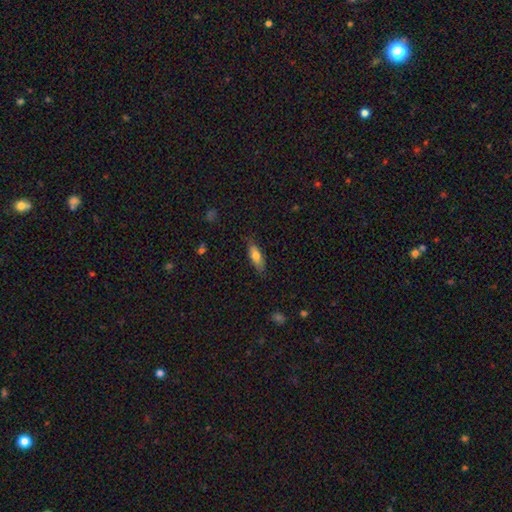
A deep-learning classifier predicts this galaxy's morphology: This appears to be a smooth galaxy with no disk features (70%) that is in between round and cigar-shaped (59%). Merging: none (81%).